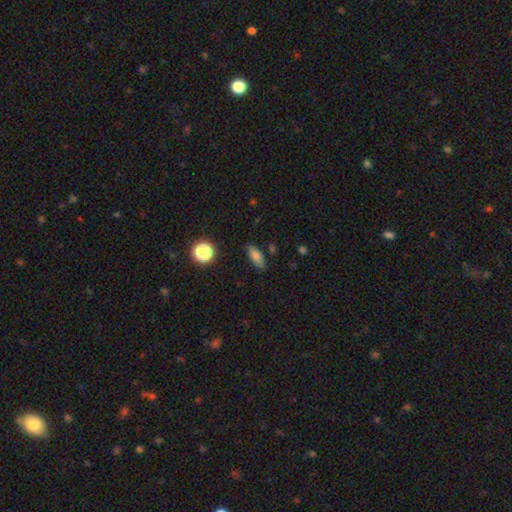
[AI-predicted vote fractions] A smooth galaxy with no disk features (78%) that is in between round and cigar-shaped (77%). Merging: none (83%).